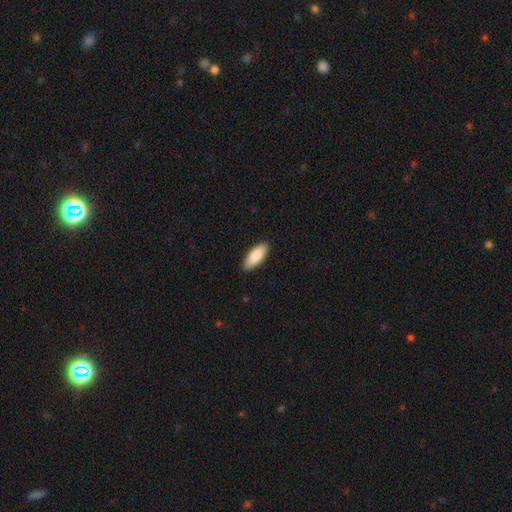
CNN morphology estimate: smooth_or_featured: smooth (p=0.84) [alt: featured or disk p=0.10]
how_rounded: in between (p=0.75) [alt: cigar-shaped p=0.23]
merging: none (p=0.89) [alt: minor disturbance p=0.08]